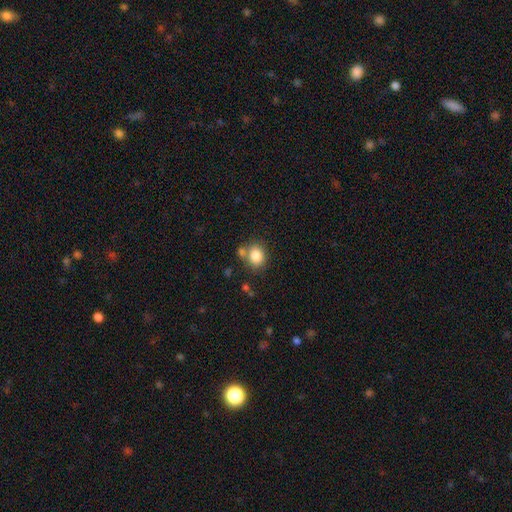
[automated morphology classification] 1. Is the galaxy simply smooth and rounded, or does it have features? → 84% smooth, 10% star or artifact, 7% featured or disk.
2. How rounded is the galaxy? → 66% round, 33% in between, 1% cigar-shaped.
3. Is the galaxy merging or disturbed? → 64% none, 18% merger, 14% minor disturbance, 5% major disturbance.